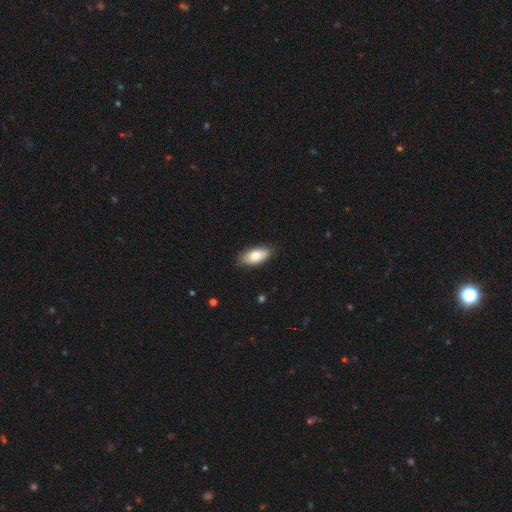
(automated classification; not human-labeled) A smooth galaxy with no disk features (82%) that is in between round and cigar-shaped (91%). Merging: none (84%).